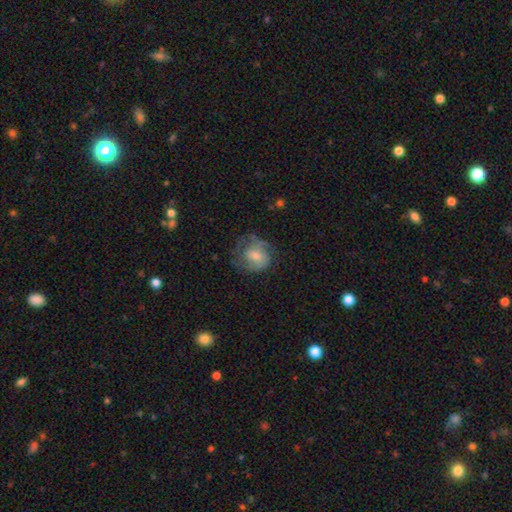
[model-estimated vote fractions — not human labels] featured or disk 58%, smooth 33%, star or artifact 9%. Down the decision tree: edge-on disk — no (97%); bar — no (65%); spiral arms — yes (80%); bulge size — small (46%); merging — none (58%).